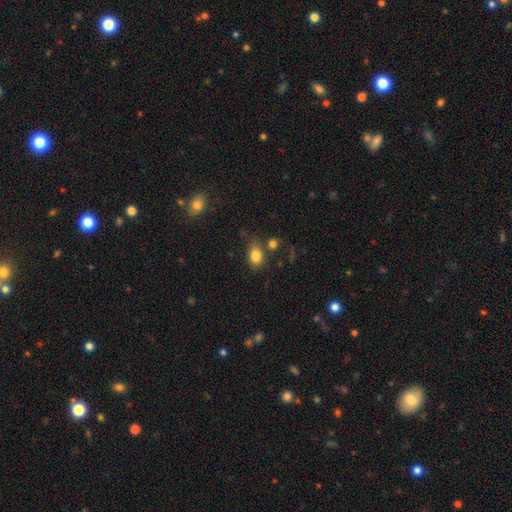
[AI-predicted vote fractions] Smooth or featured?
  - smooth: 83% *
  - star or artifact: 10%
  - featured or disk: 7%
How rounded?
  - in between: 70% *
  - round: 28%
  - cigar-shaped: 1%
Merging?
  - none: 67% *
  - minor disturbance: 17%
  - merger: 11%
  - major disturbance: 5%